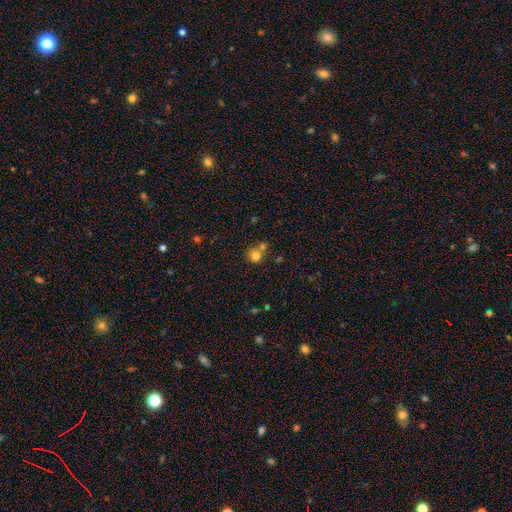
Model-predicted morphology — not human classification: Smooth or featured? smooth (78%)
How rounded? round (88%)
Merging? none (53%)